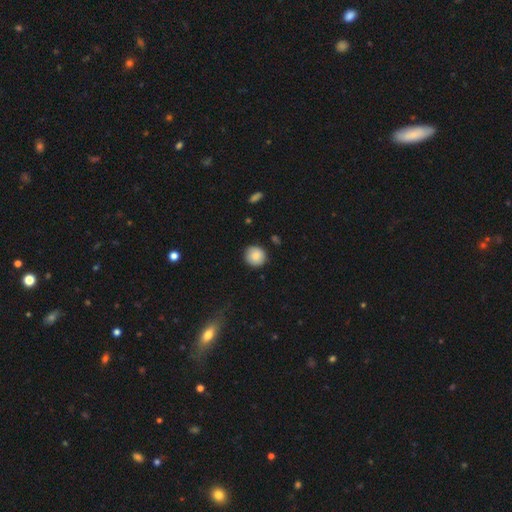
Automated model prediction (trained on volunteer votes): smooth_or_featured: smooth (p=0.86) [alt: star or artifact p=0.07]
how_rounded: round (p=0.93) [alt: in between p=0.06]
merging: none (p=0.88) [alt: minor disturbance p=0.09]